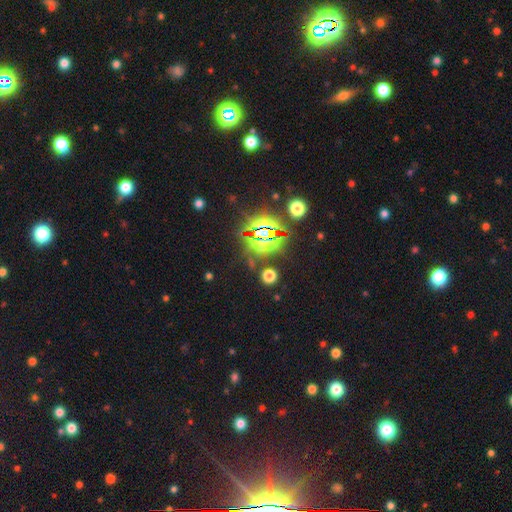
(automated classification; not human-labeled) Smooth or featured? star or artifact (84%)